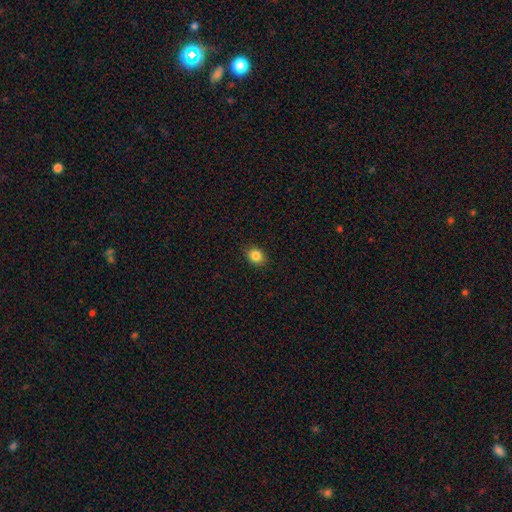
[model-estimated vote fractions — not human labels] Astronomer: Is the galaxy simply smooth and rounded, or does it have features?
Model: smooth — 85%.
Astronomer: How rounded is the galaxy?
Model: round — 53% (runner-up: in between, 46%).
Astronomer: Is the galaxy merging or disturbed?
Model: none — 89%.